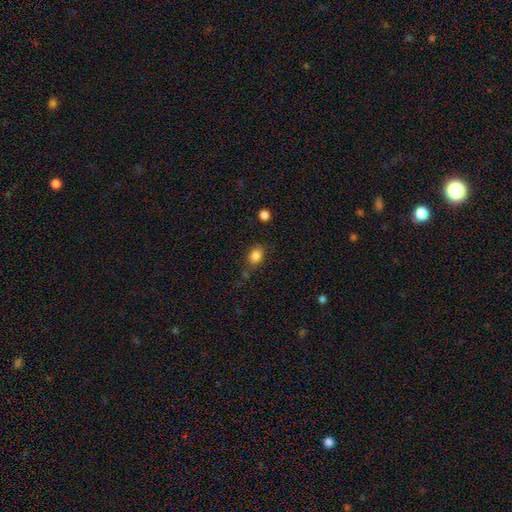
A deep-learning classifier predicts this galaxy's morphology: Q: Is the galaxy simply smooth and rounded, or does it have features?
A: smooth — 84%.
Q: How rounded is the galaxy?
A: in between — 63%.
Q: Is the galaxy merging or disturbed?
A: none — 74%.